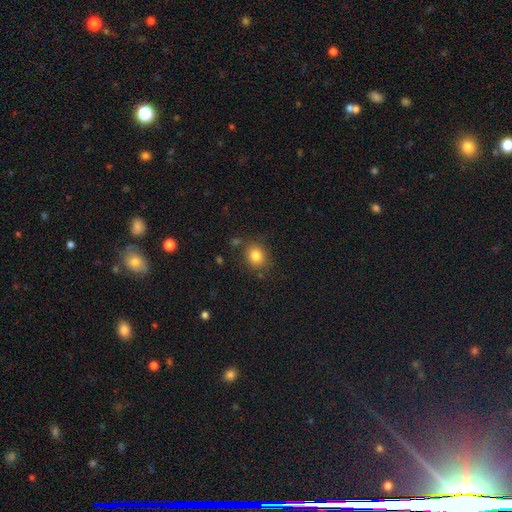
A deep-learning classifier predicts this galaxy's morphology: smooth 82%, star or artifact 11%, featured or disk 7%. Down the decision tree: how rounded — round (69%); merging — none (80%).